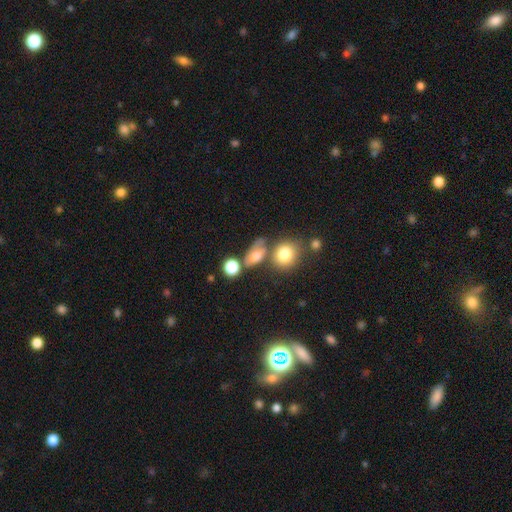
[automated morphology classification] A smooth galaxy with no disk features (67%) that is in between round and cigar-shaped (65%).

Vote fractions:
- Smooth or featured? smooth: 67% / featured or disk: 20% / star or artifact: 13%
- How rounded? in between: 65% / round: 29% / cigar-shaped: 6%
- Merging? none: 45% / merger: 24% / minor disturbance: 20% / major disturbance: 11%